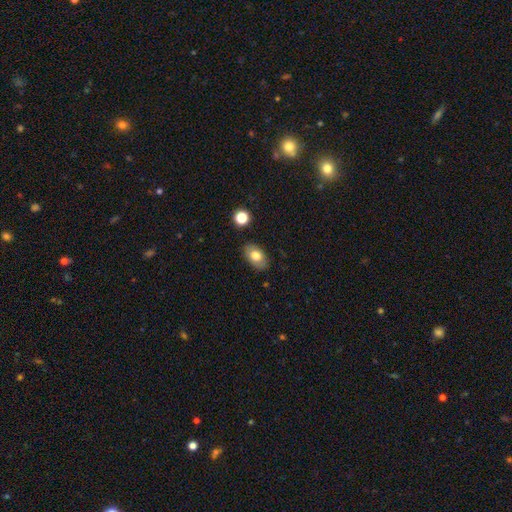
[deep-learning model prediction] Smooth or featured? Predicted: smooth (p=0.73). How rounded? Predicted: in between (p=0.89). Merging? Predicted: none (p=0.83).